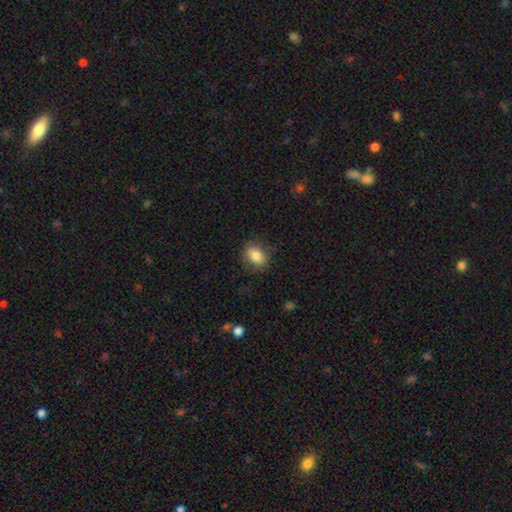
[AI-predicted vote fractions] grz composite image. It shows a smooth galaxy with no disk features (81%) that is in between round and cigar-shaped (70%). Merging: none (77%).